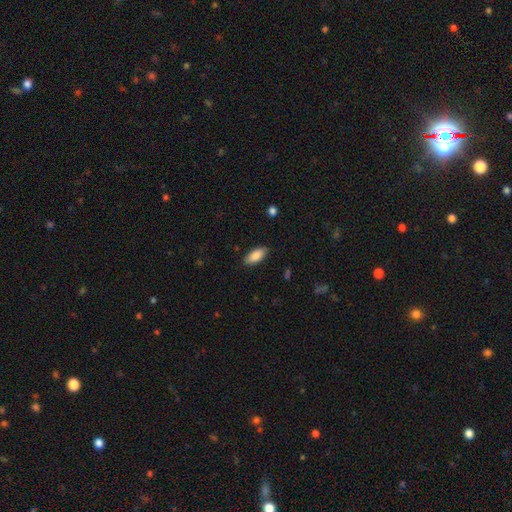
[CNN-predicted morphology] Overall: smooth (86%). How rounded: in between (86%). Merging: none (87%).